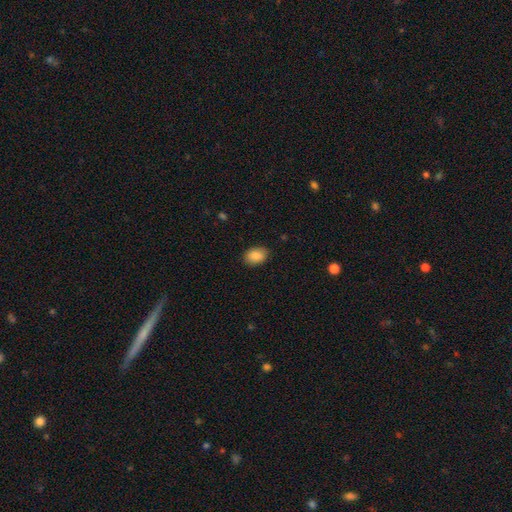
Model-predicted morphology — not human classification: Q: Smooth or featured?
A: smooth (88%); runner-up: star or artifact (7%)
Q: How rounded?
A: in between (81%); runner-up: round (18%)
Q: Merging?
A: none (87%); runner-up: minor disturbance (10%)